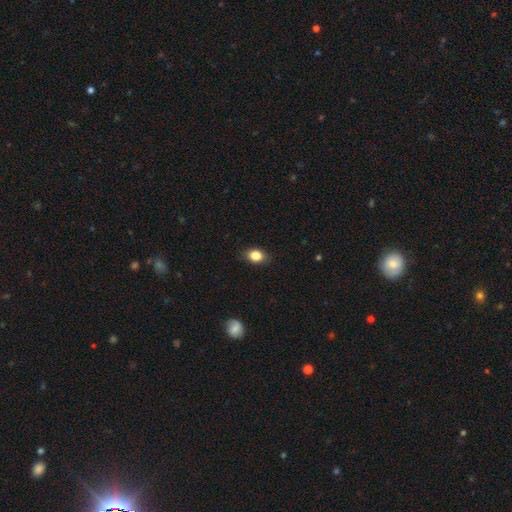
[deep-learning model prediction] Overall: smooth (85%). How rounded: in between (61%; round 38%). Merging: none (86%).